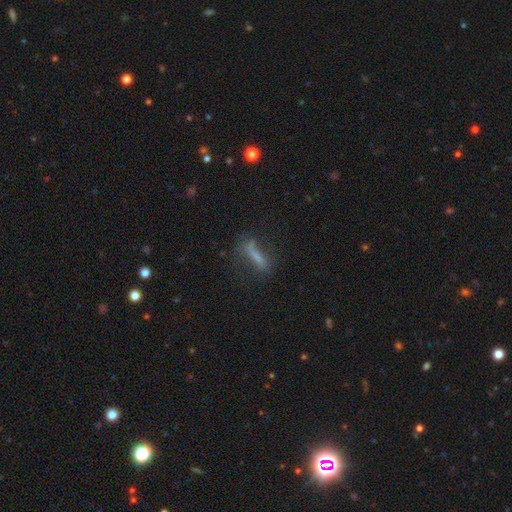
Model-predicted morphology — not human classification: Smooth or featured? Predicted: smooth (p=0.52). How rounded? Predicted: cigar-shaped (p=0.83). Merging? Predicted: none (p=0.62).